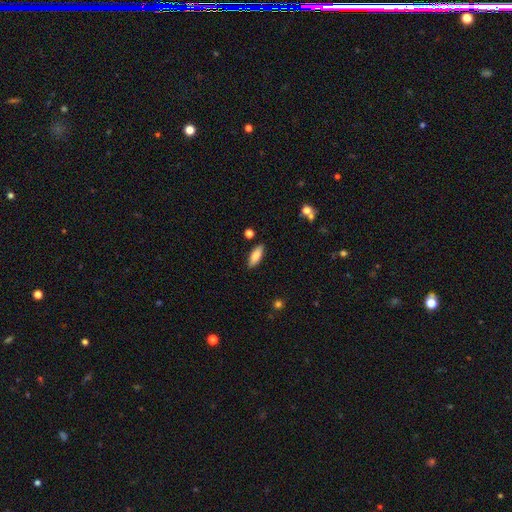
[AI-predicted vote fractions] Smooth or featured? Predicted: smooth (p=0.81). How rounded? Predicted: in between (p=0.72). Merging? Predicted: none (p=0.87).